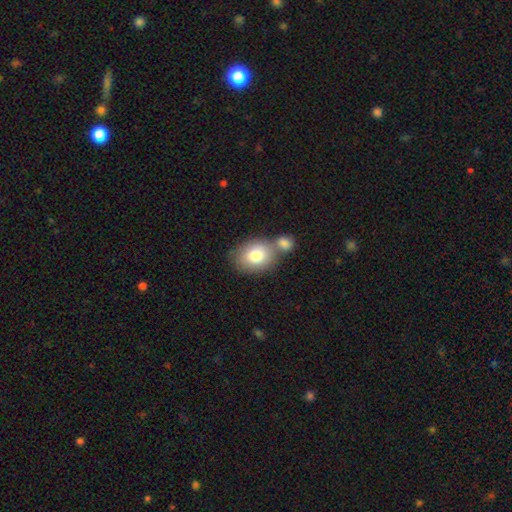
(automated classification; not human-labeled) Overall: smooth (81%). How rounded: in between (54%; round 45%). Merging: none (45%; merger 40%).